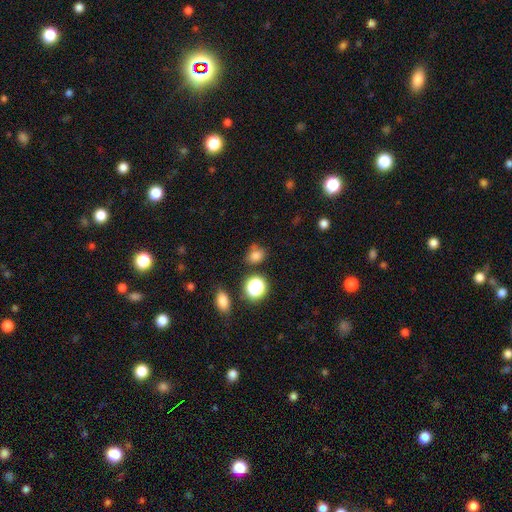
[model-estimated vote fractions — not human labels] smooth 78%, star or artifact 17%, featured or disk 6%. Down the decision tree: how rounded — in between (50%); merging — none (69%).